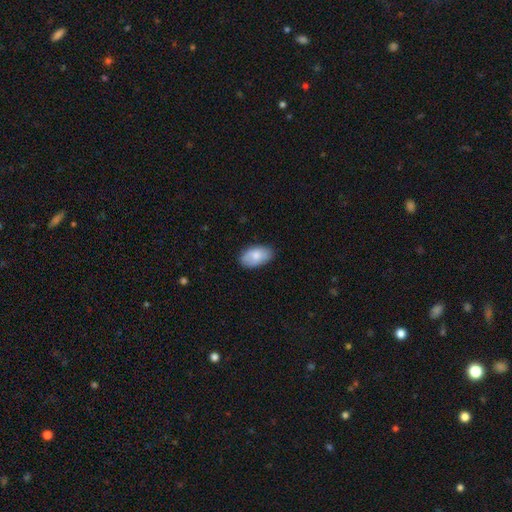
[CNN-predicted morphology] Smooth or featured: smooth — 80% (featured or disk — 14%)
How rounded: in between — 94% (round — 4%)
Merging: none — 80% (minor disturbance — 16%)